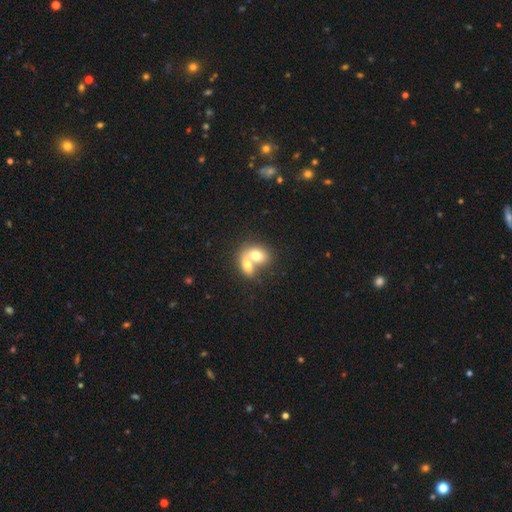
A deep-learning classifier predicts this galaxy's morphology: smooth_or_featured: smooth (p=0.70) [alt: featured or disk p=0.23]
how_rounded: in between (p=0.65) [alt: round p=0.33]
merging: merger (p=0.76) [alt: none p=0.16]